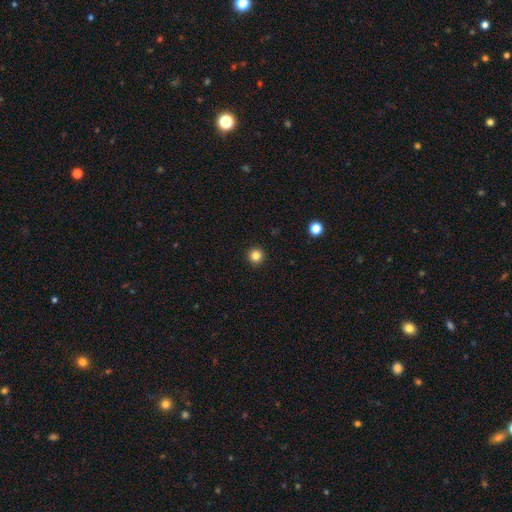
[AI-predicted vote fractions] This appears to be a smooth galaxy with no disk features (84%) that is round (96%). Merging: none (94%).